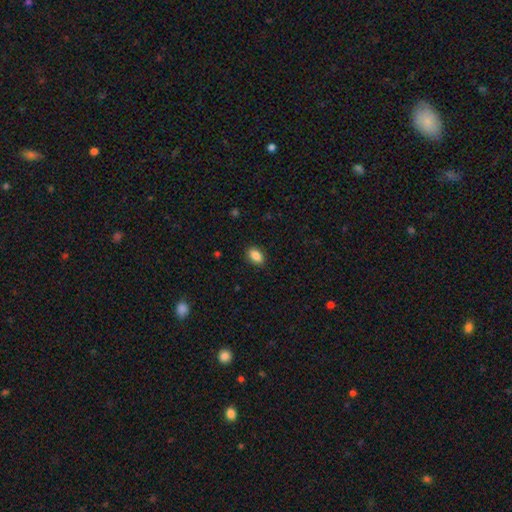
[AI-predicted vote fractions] Smooth or featured? Predicted: smooth (p=0.87). How rounded? Predicted: in between (p=0.87). Merging? Predicted: none (p=0.88).